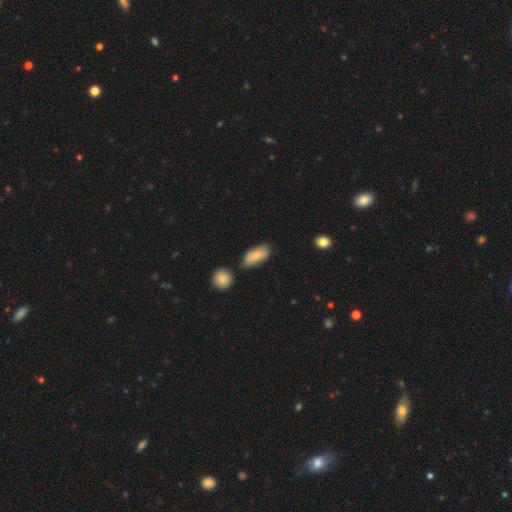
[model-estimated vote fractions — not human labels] smooth_or_featured: smooth (p=0.74) [alt: featured or disk p=0.20]
how_rounded: in between (p=0.86) [alt: cigar-shaped p=0.11]
merging: none (p=0.62) [alt: minor disturbance p=0.22]